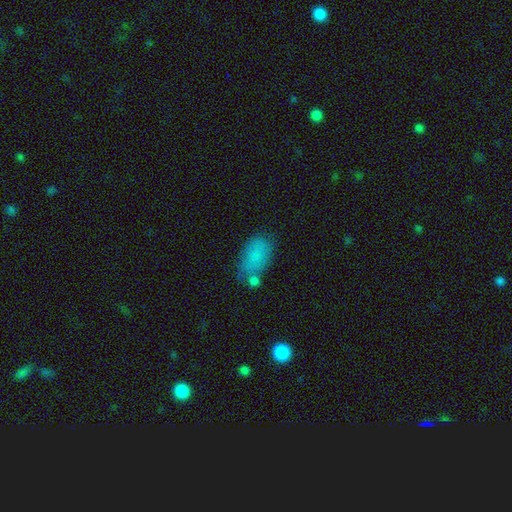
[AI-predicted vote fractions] smooth-or-featured: smooth: 80% | featured or disk: 10% | star or artifact: 10%
  how-rounded: in between: 92% | round: 6% | cigar-shaped: 2%
  merging: none: 55% | minor disturbance: 23% | merger: 13% | major disturbance: 8%